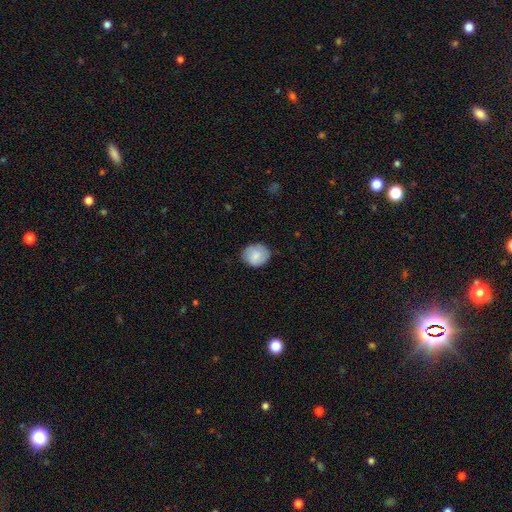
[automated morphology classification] Q: Smooth or featured?
A: smooth (82%); runner-up: featured or disk (11%)
Q: How rounded?
A: round (69%); runner-up: in between (31%)
Q: Merging?
A: none (80%); runner-up: minor disturbance (16%)